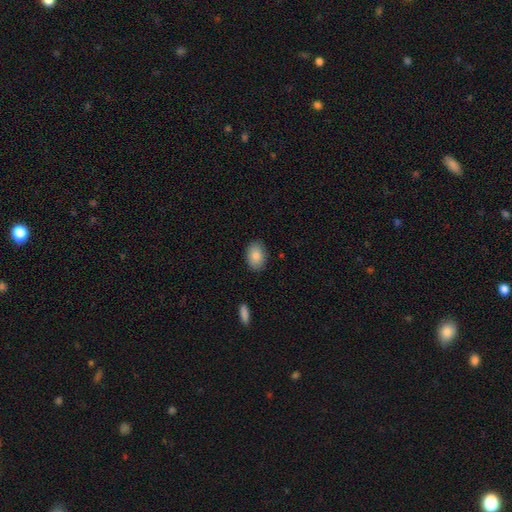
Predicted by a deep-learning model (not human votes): smooth-or-featured: smooth: 85% | featured or disk: 8% | star or artifact: 7%
  how-rounded: in between: 86% | round: 13% | cigar-shaped: 1%
  merging: none: 87% | minor disturbance: 10% | major disturbance: 2% | merger: 1%